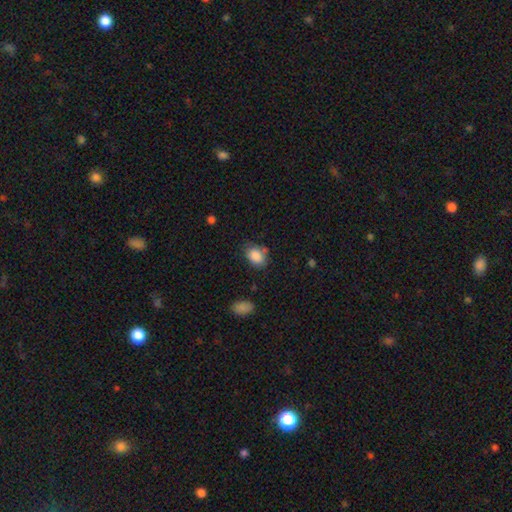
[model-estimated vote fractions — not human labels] Q: Smooth or featured?
A: smooth (87%); runner-up: star or artifact (8%)
Q: How rounded?
A: in between (75%); runner-up: round (24%)
Q: Merging?
A: none (67%); runner-up: minor disturbance (22%)